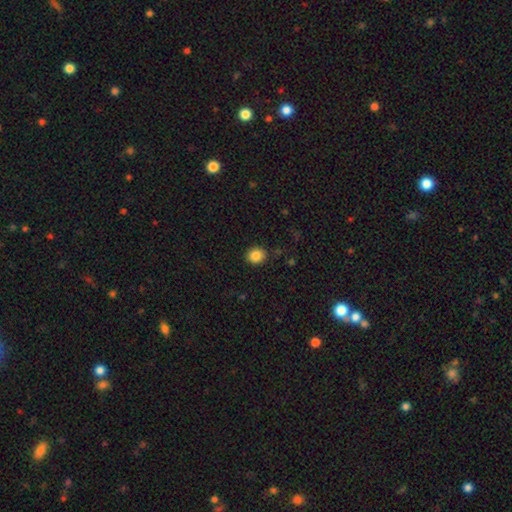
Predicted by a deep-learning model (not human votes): smooth-or-featured: smooth: 86% | star or artifact: 10% | featured or disk: 4%
  how-rounded: round: 79% | in between: 20% | cigar-shaped: 1%
  merging: none: 89% | minor disturbance: 7% | major disturbance: 2% | merger: 1%